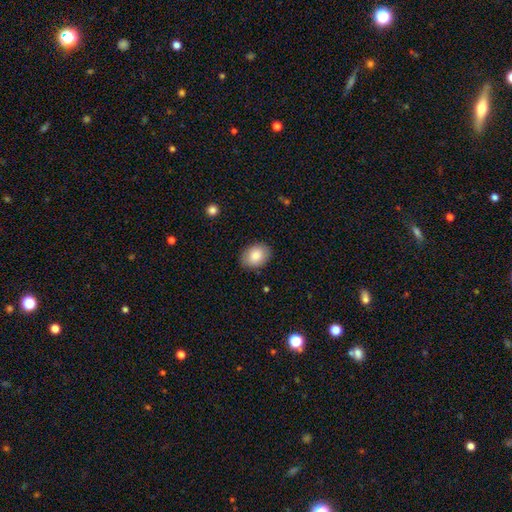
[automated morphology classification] Smooth or featured?
  - smooth: 85% *
  - featured or disk: 8%
  - star or artifact: 7%
How rounded?
  - in between: 69% *
  - round: 30%
  - cigar-shaped: 1%
Merging?
  - none: 87% *
  - minor disturbance: 10%
  - major disturbance: 2%
  - merger: 1%